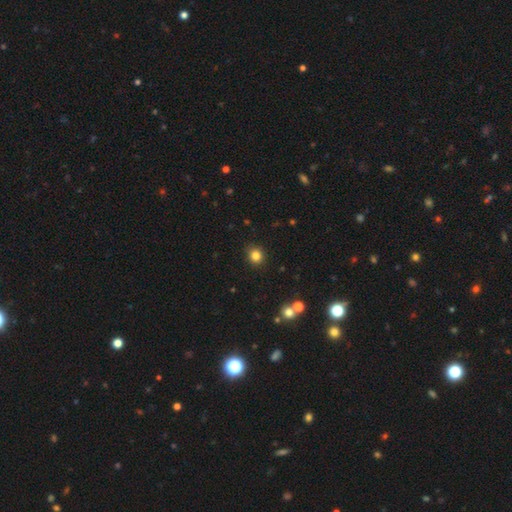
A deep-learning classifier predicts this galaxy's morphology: Smooth or featured? Predicted: smooth (p=0.82). How rounded? Predicted: round (p=0.88). Merging? Predicted: none (p=0.91).